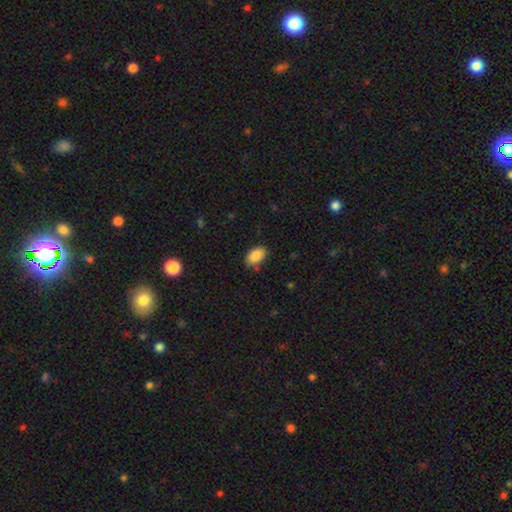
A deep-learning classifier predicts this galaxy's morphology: Smooth or featured? Predicted: smooth (p=0.89). How rounded? Predicted: in between (p=0.93). Merging? Predicted: none (p=0.84).